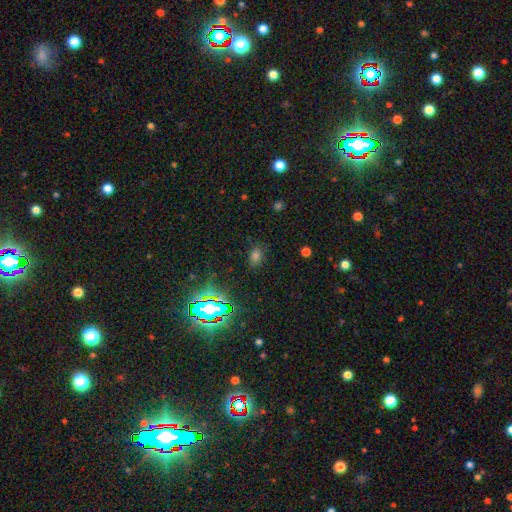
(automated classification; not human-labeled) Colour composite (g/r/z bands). It shows a smooth galaxy with no disk features (58%) that is in between round and cigar-shaped (73%). Merging: none (82%).